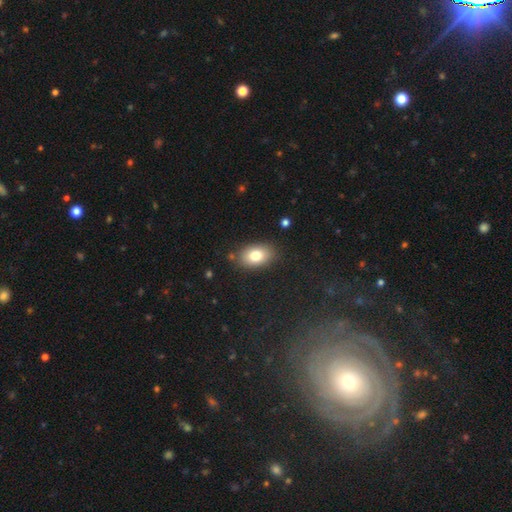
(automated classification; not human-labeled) Overall: smooth (80%). How rounded: in between (86%). Merging: none (84%).